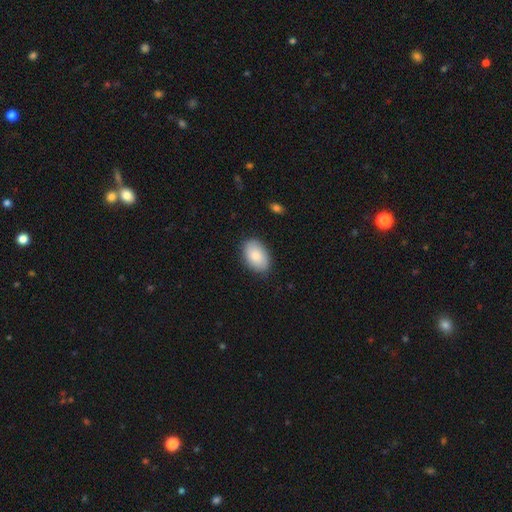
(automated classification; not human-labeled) A smooth galaxy with no disk features (85%) that is in between round and cigar-shaped (91%).

Vote fractions:
- Smooth or featured? smooth: 85% / featured or disk: 9% / star or artifact: 6%
- How rounded? in between: 91% / round: 8% / cigar-shaped: 1%
- Merging? none: 85% / minor disturbance: 11% / major disturbance: 2% / merger: 1%